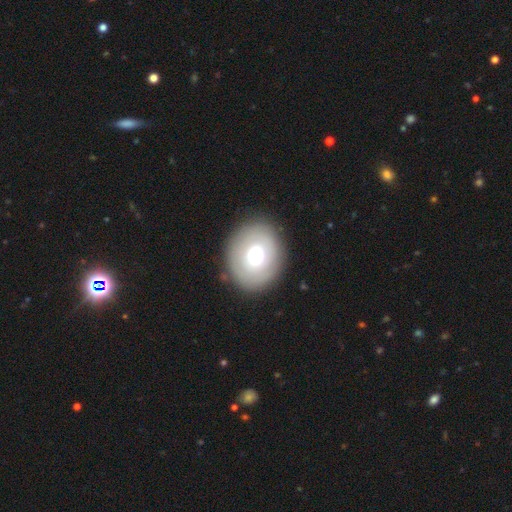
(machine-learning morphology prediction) smooth_or_featured: smooth (p=0.67) [alt: featured or disk p=0.23]
how_rounded: round (p=0.66) [alt: in between p=0.33]
merging: none (p=0.86) [alt: minor disturbance p=0.09]